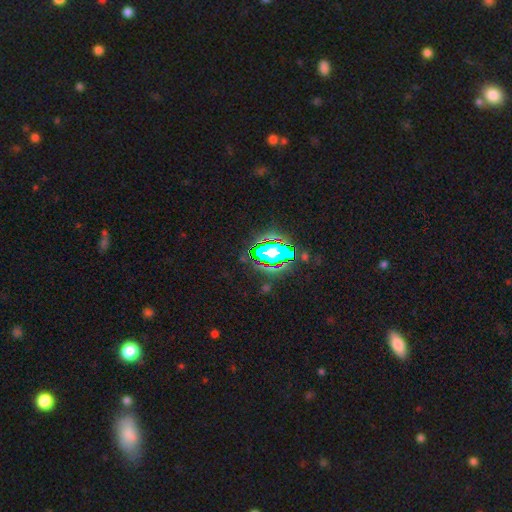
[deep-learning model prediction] Overall: star or artifact (79%).